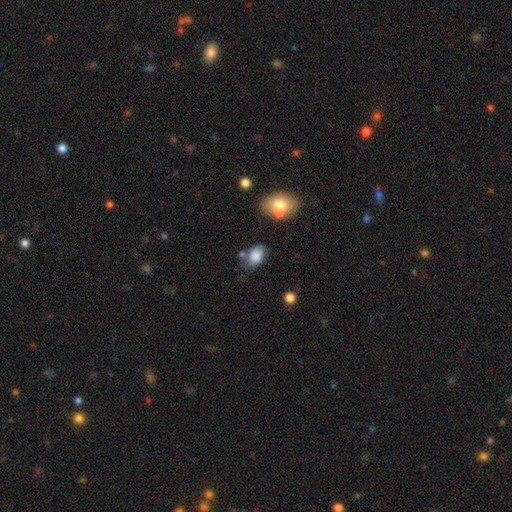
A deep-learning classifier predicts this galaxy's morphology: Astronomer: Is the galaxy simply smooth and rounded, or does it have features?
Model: smooth — 82%.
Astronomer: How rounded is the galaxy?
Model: in between — 81%.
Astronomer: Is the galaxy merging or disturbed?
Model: none — 57%.